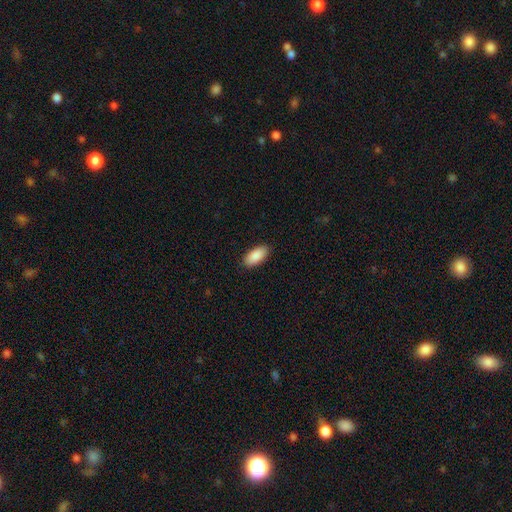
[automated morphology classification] Smooth or featured? Predicted: smooth (p=0.89). How rounded? Predicted: in between (p=0.91). Merging? Predicted: none (p=0.89).